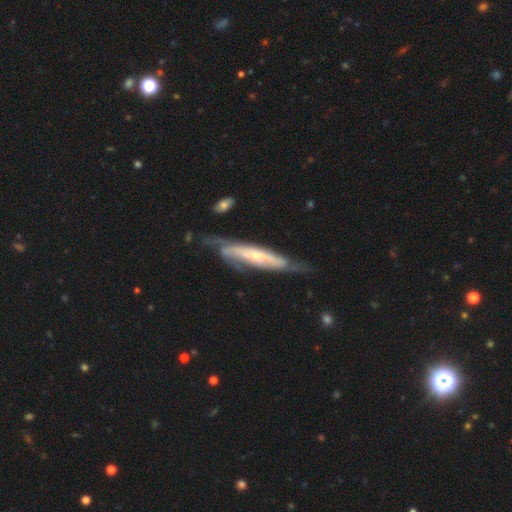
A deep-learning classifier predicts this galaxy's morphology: featured or disk 76%, smooth 19%, star or artifact 5%. Down the decision tree: edge-on disk — no (59%); merging — none (57%).